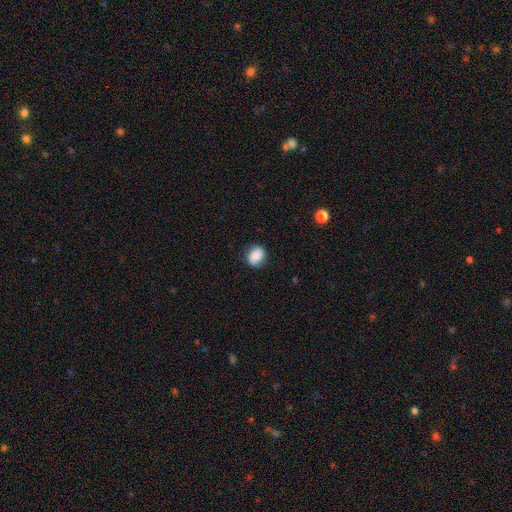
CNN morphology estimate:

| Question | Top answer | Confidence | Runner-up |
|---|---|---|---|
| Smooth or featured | smooth | 74% | featured or disk (17%) |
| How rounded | round | 64% | in between (34%) |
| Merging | none | 80% | minor disturbance (15%) |